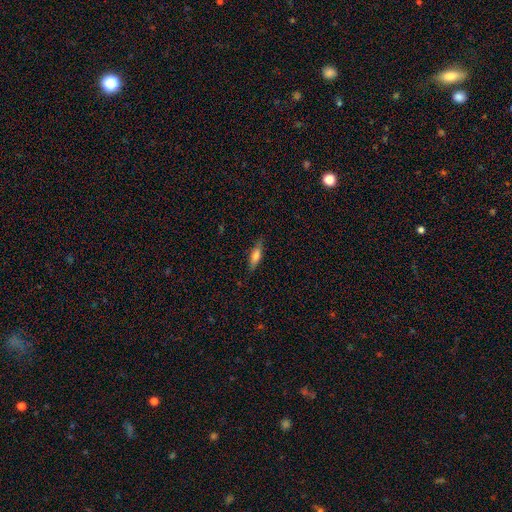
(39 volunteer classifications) Morphology: type=smooth (54%); roundness=cigar-shaped (86%); merging=none (89%).